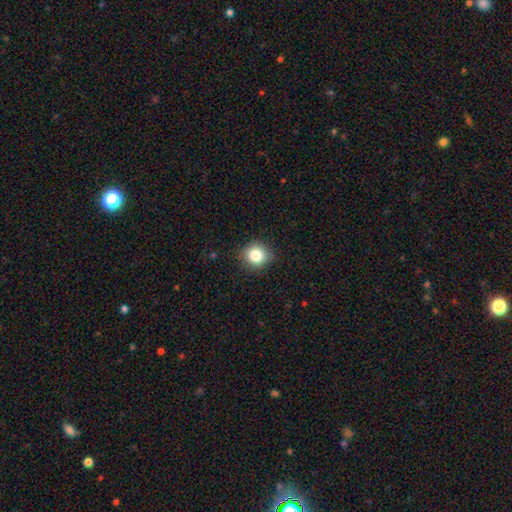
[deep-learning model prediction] smooth-or-featured: smooth: 83% | star or artifact: 11% | featured or disk: 6%
  how-rounded: round: 86% | in between: 13% | cigar-shaped: 1%
  merging: none: 86% | minor disturbance: 10% | major disturbance: 2% | merger: 1%